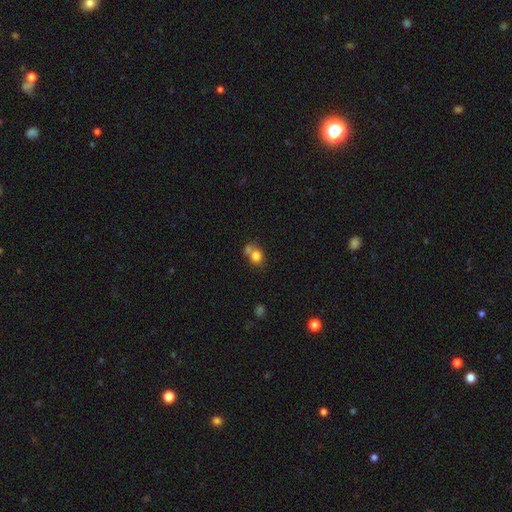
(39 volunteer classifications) Overall: smooth (82%). How rounded: round (66%; in between 34%). Merging: none (39%; merger 37%).